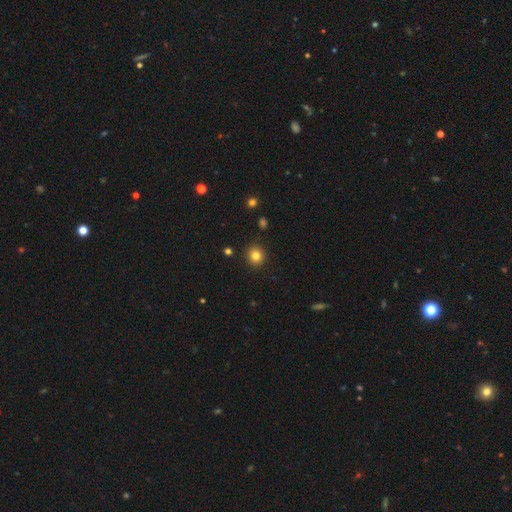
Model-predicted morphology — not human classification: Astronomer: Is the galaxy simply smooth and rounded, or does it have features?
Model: smooth — 82%.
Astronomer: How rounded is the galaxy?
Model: round — 89%.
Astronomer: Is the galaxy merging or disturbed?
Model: none — 91%.